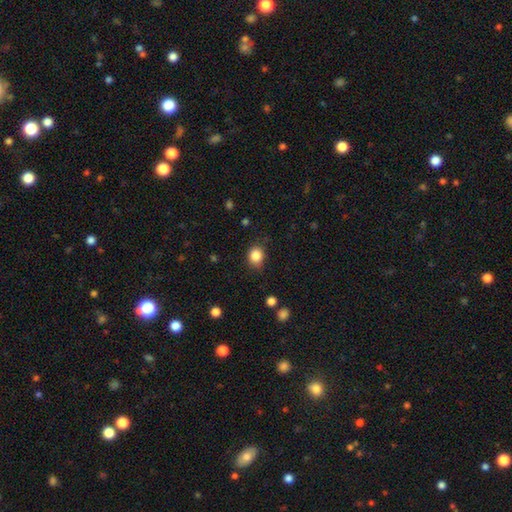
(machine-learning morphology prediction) Smooth or featured? smooth (85%)
How rounded? round (69%)
Merging? none (77%)